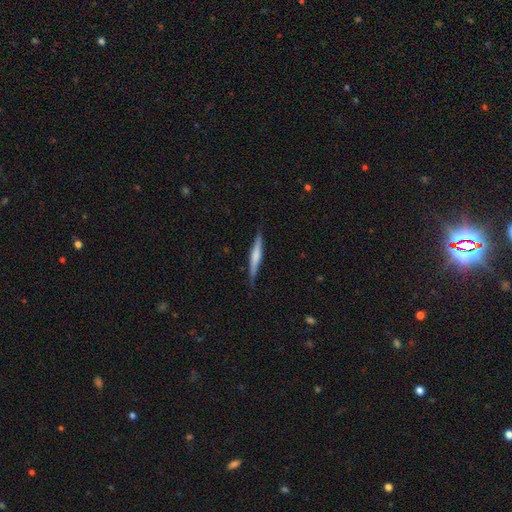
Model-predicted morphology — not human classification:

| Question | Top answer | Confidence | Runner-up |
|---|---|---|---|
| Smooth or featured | featured or disk | 47% | tied: smooth (47%) |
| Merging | none | 84% | minor disturbance (13%) |